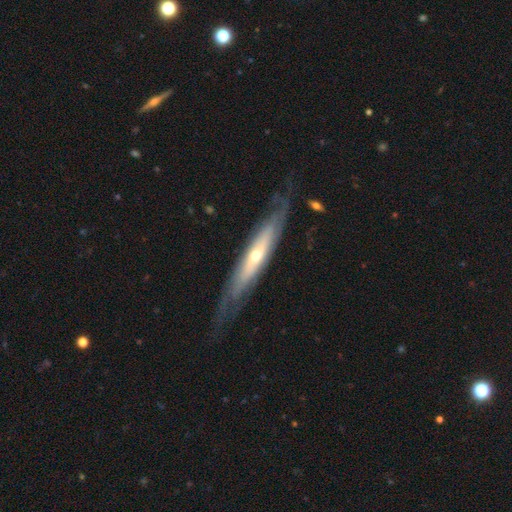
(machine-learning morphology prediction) This appears to be a featured or disk galaxy (71%) viewed edge-on (59%). Merging: none (71%).